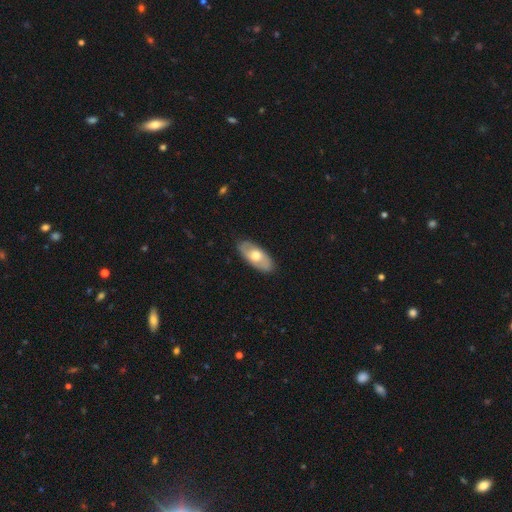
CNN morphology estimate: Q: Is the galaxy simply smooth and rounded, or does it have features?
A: smooth — 56%.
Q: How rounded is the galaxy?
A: in between — 89%.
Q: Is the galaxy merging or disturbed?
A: none — 86%.